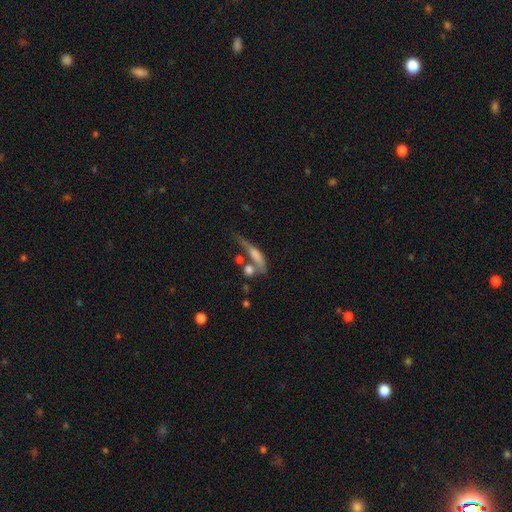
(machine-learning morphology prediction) The model was most divided on "merging": merger: 31%, none: 30%, major disturbance: 21%, minor disturbance: 17%. More confident: smooth or featured — smooth (58%); how rounded — cigar-shaped (57%).